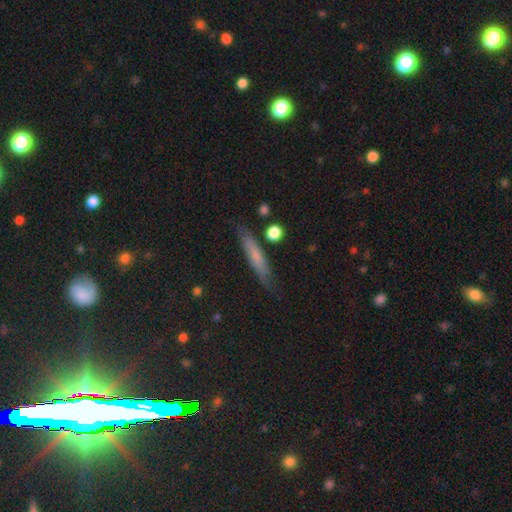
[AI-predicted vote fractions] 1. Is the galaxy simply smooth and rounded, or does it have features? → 60% smooth, 30% featured or disk, 9% star or artifact.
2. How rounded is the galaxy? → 87% cigar-shaped, 10% in between, 3% round.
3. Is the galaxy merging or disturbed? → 78% none, 16% minor disturbance, 4% major disturbance, 3% merger.